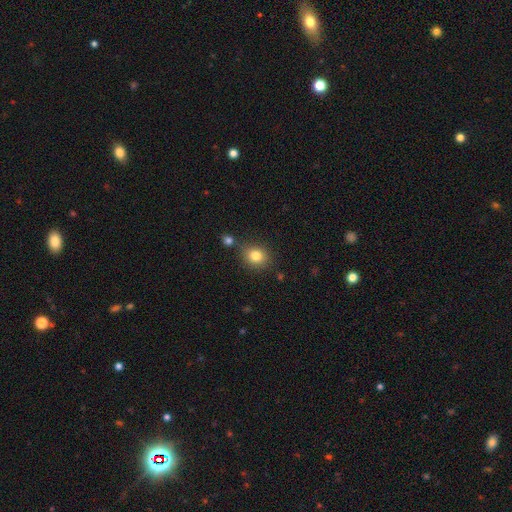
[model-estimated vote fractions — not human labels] smooth 81%, star or artifact 11%, featured or disk 7%. Down the decision tree: how rounded — round (76%); merging — none (76%).